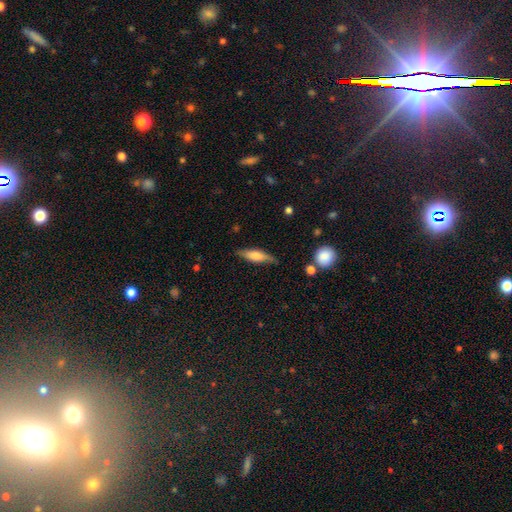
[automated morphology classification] Smooth or featured? smooth (59%)
How rounded? cigar-shaped (58%)
Merging? none (78%)